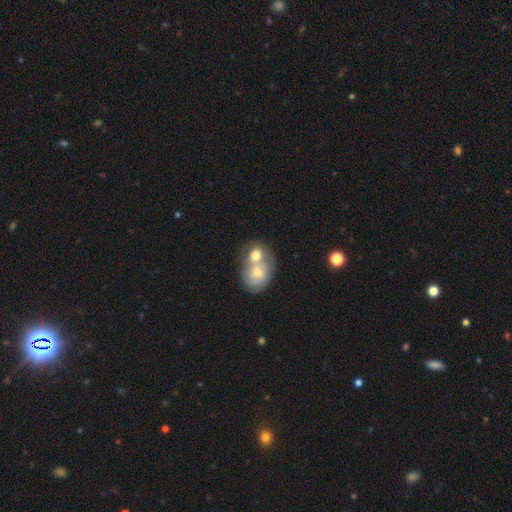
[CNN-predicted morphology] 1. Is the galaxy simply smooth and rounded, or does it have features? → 60% smooth, 33% featured or disk, 7% star or artifact.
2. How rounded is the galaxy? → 52% round, 47% in between, 1% cigar-shaped.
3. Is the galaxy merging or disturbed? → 74% merger, 17% none, 6% minor disturbance, 3% major disturbance.